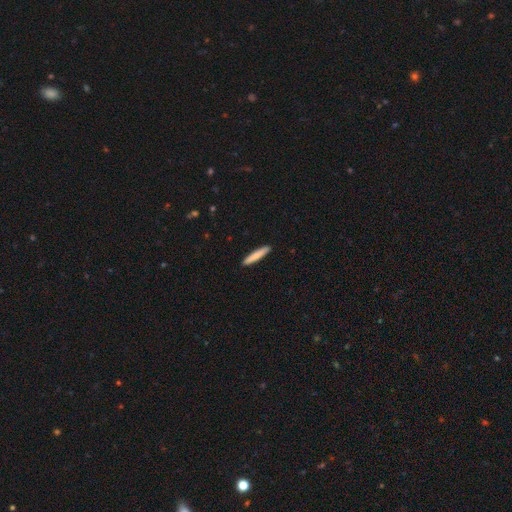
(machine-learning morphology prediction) smooth 79%, featured or disk 15%, star or artifact 5%. Down the decision tree: how rounded — cigar-shaped (93%); merging — none (92%).